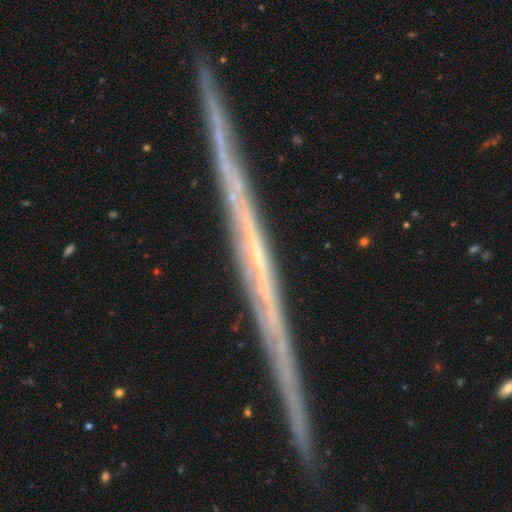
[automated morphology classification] The model was most divided on "smooth or featured": featured or disk: 74%, smooth: 14%, star or artifact: 12%. More confident: edge-on disk — yes (97%); merging — none (91%); edge-on bulge — none (84%).